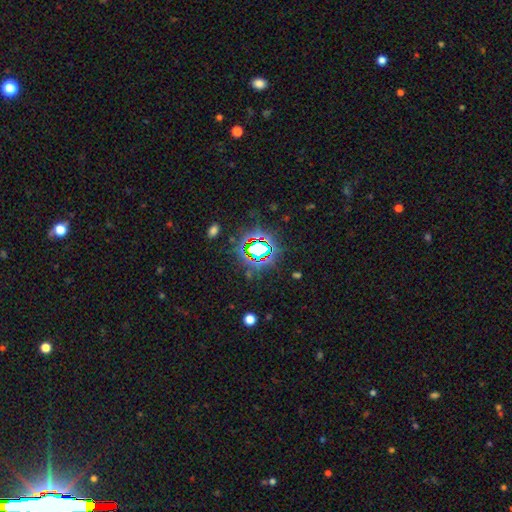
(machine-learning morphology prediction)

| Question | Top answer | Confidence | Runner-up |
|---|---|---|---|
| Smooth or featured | star or artifact | 70% | smooth (20%) |